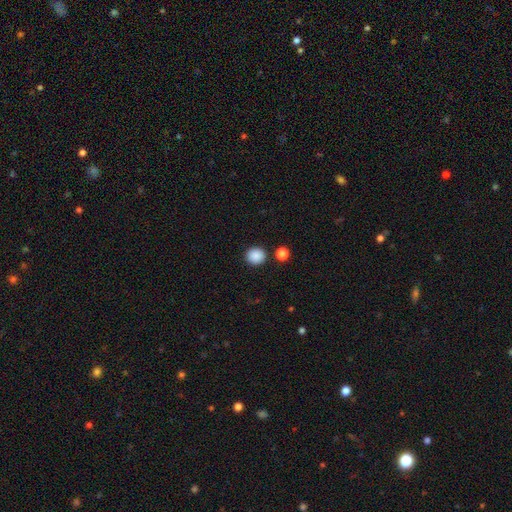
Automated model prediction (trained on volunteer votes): Smooth or featured: smooth — 88% (star or artifact — 9%)
How rounded: round — 86% (in between — 13%)
Merging: none — 87% (minor disturbance — 6%)